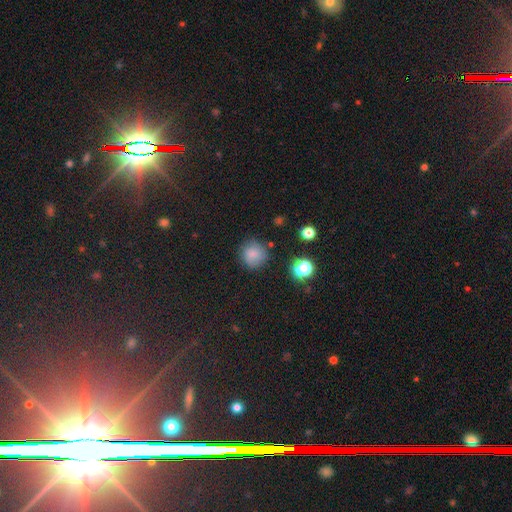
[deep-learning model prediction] Q: Smooth or featured?
A: smooth (78%); runner-up: star or artifact (14%)
Q: How rounded?
A: round (89%); runner-up: in between (10%)
Q: Merging?
A: none (79%); runner-up: minor disturbance (15%)